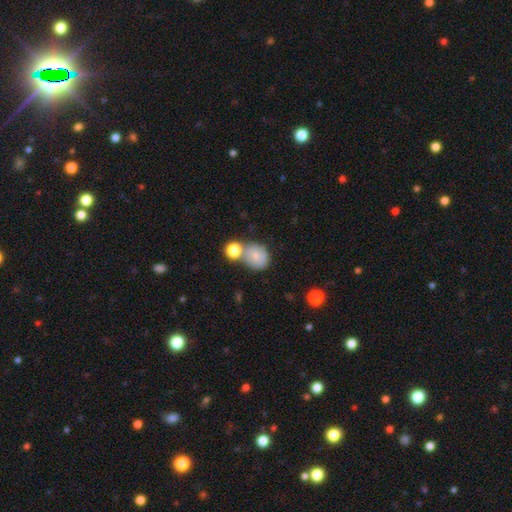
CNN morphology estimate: Overall: smooth (73%). How rounded: round (65%; in between 34%). Merging: none (45%; merger 33%).